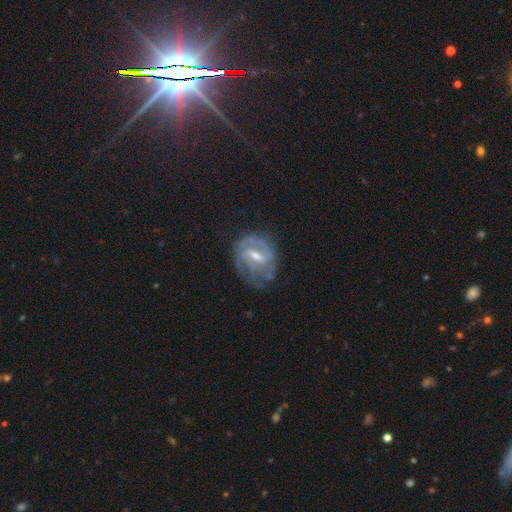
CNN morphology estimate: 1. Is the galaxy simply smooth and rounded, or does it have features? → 78% featured or disk, 13% smooth, 9% star or artifact.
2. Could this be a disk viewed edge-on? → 96% no, 4% yes.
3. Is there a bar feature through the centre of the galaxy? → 50% weak, 37% strong, 13% no.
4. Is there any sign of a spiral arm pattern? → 87% yes, 13% no.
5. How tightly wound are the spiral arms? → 50% tight, 37% medium, 12% loose.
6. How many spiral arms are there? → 41% 2, 33% can't tell, 13% 3, 5% 1, 4% 4, 3% more than 4.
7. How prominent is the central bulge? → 51% moderate, 39% small, 6% none, 4% large, 1% dominant.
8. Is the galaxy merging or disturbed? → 63% none, 23% minor disturbance, 12% major disturbance, 2% merger.